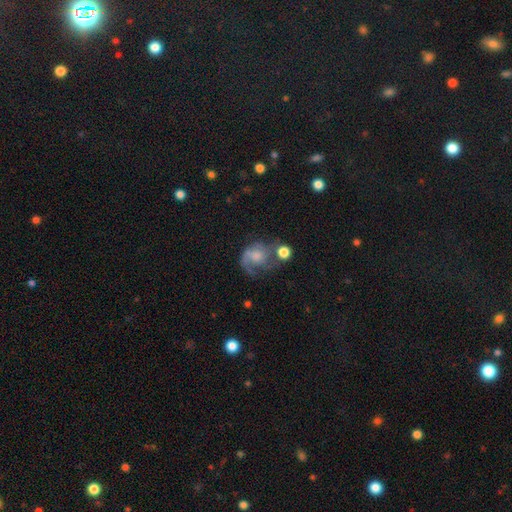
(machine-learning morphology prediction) Smooth or featured? featured or disk (60%)
Edge-on disk? no (98%)
Bar? no (72%)
Spiral arms? yes (83%)
Bulge size? moderate (35%)
Merging? none (32%)